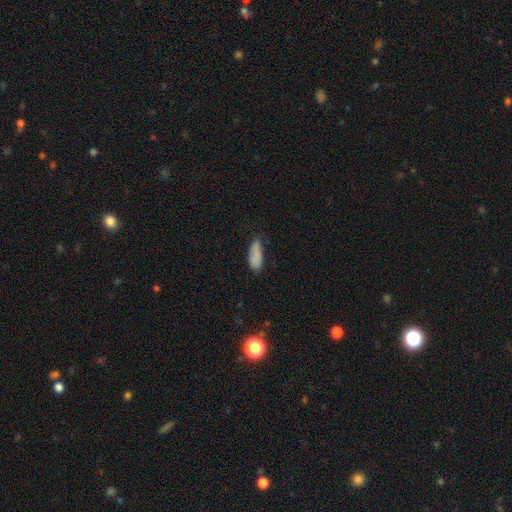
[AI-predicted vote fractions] Smooth or featured? smooth (84%)
How rounded? in between (73%)
Merging? none (57%)